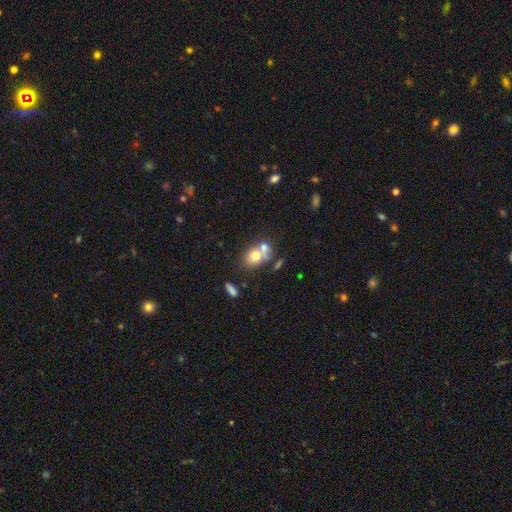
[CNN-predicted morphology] A smooth galaxy with no disk features (69%) that is in between round and cigar-shaped (54%). Merging: merger (50%).